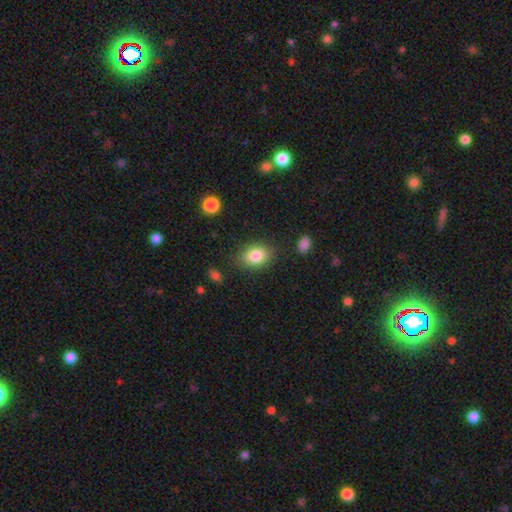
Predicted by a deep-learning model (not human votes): This is clearly a smooth galaxy (83%). How rounded: likely in between (72%). Merging: clearly none (83%).